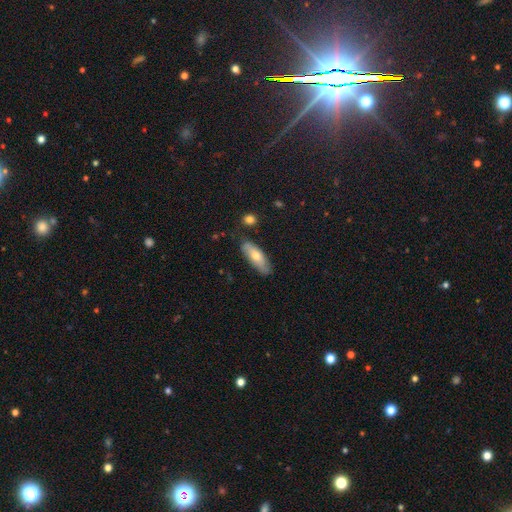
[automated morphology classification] smooth 65%, featured or disk 29%, star or artifact 6%. Down the decision tree: how rounded — in between (62%); merging — none (78%).